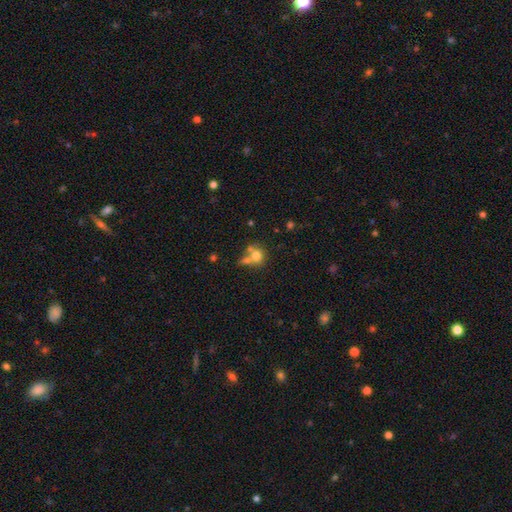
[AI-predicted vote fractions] Smooth or featured? smooth (71%)
How rounded? round (74%)
Merging? merger (47%)